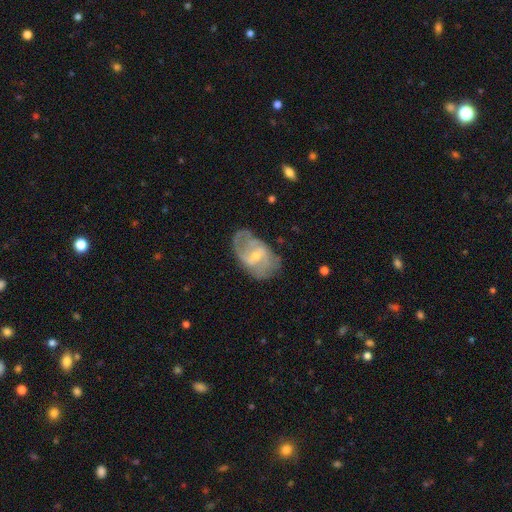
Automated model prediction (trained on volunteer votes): Q: Smooth or featured?
A: featured or disk (77%); runner-up: smooth (17%)
Q: Edge-on disk?
A: no (97%); runner-up: yes (3%)
Q: Bar?
A: weak (55%); runner-up: no (32%)
Q: Spiral arms?
A: yes (87%); runner-up: no (13%)
Q: Spiral winding?
A: medium (47%); runner-up: loose (29%)
Q: Spiral arm count?
A: 2 (53%); runner-up: can't tell (24%)
Q: Bulge size?
A: small (59%); runner-up: moderate (36%)
Q: Merging?
A: none (59%); runner-up: minor disturbance (24%)